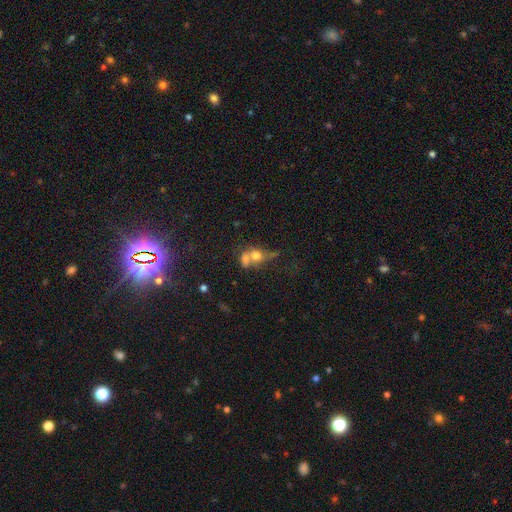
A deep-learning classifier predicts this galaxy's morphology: This is likely a smooth galaxy (64%). How rounded: possibly round (59%). Merging: likely merger (64%).